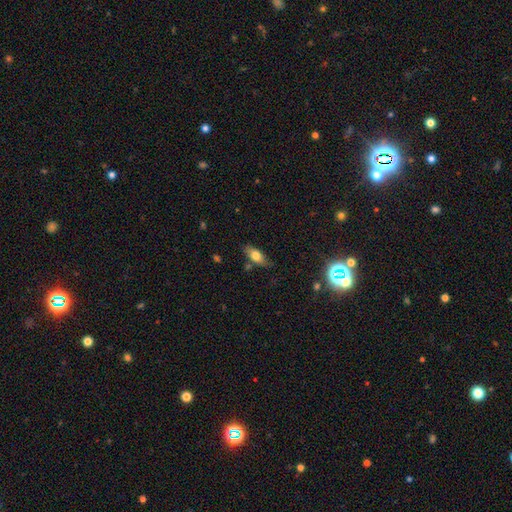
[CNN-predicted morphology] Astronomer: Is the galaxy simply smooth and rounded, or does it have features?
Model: smooth — 69%.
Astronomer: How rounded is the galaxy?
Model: in between — 78%.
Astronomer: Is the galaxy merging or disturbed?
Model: none — 74%.